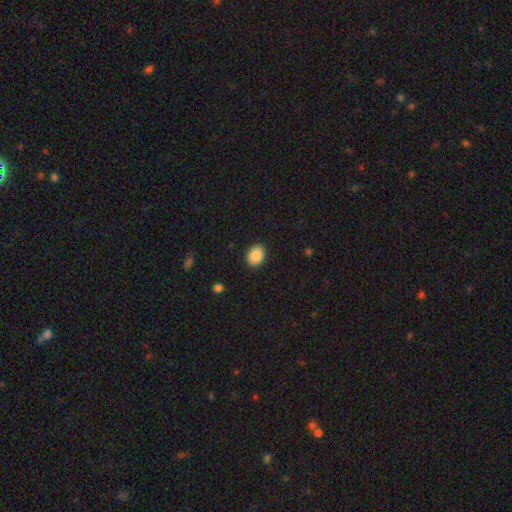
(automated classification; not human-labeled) This appears to be a smooth galaxy with no disk features (89%) that is in between round and cigar-shaped (62%). Merging: none (89%).